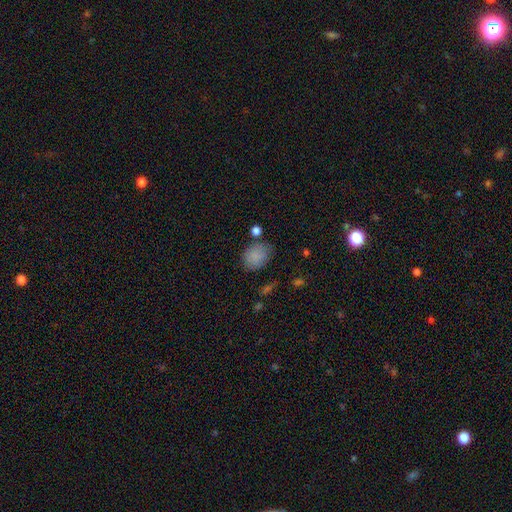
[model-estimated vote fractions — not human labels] This appears to be a smooth galaxy with no disk features (84%) that is in between round and cigar-shaped (50%). Merging: none (69%).